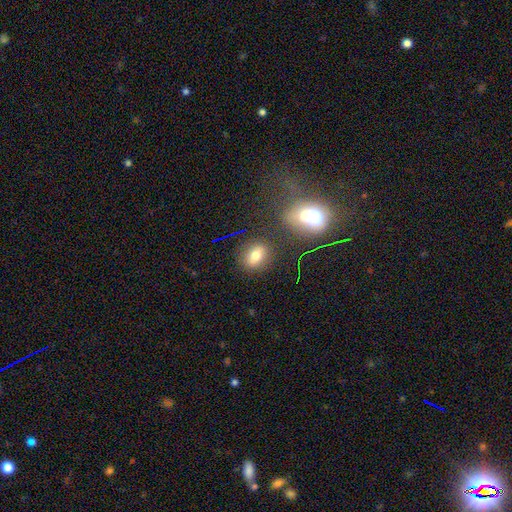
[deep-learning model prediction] smooth_or_featured: smooth (p=0.68) [alt: star or artifact p=0.18]
how_rounded: in between (p=0.55) [alt: round p=0.42]
merging: none (p=0.82) [alt: minor disturbance p=0.10]